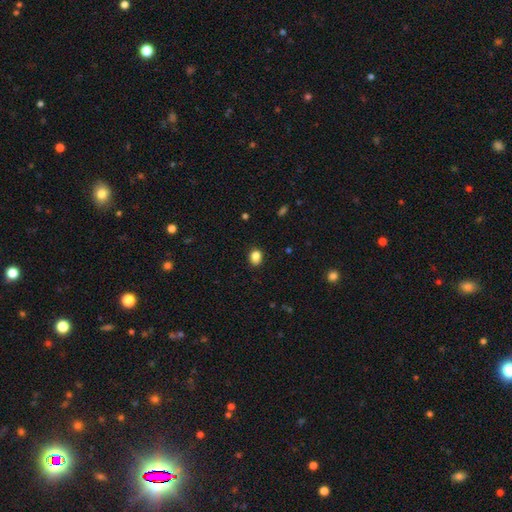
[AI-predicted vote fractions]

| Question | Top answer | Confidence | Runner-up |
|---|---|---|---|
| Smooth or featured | smooth | 85% | star or artifact (10%) |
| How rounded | in between | 54% | round (45%) |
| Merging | none | 86% | minor disturbance (11%) |